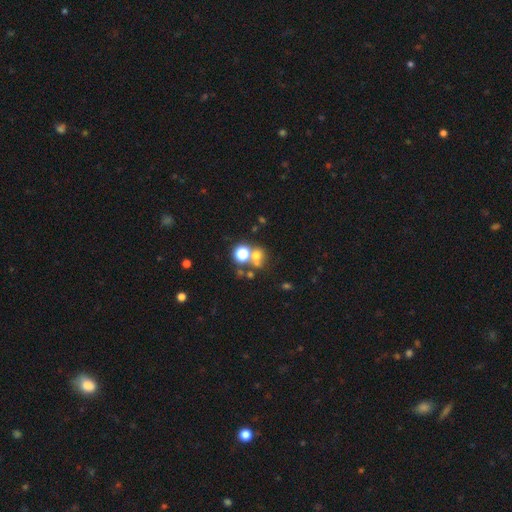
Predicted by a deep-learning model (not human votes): A smooth galaxy with no disk features (59%) that is round (77%).

Vote fractions:
- Smooth or featured? smooth: 59% / star or artifact: 26% / featured or disk: 15%
- How rounded? round: 77% / in between: 21% / cigar-shaped: 1%
- Merging? none: 47% / merger: 37% / minor disturbance: 9% / major disturbance: 7%